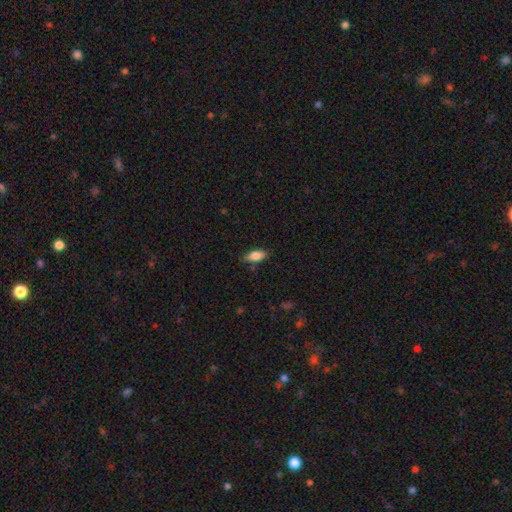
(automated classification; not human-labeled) Morphology: type=smooth (82%); roundness=in between (85%); merging=none (81%).